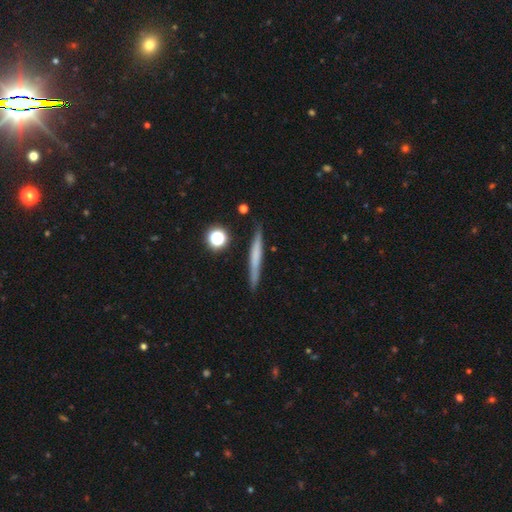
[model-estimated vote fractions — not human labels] This is possibly a smooth galaxy (52%). How rounded: clearly cigar-shaped (95%). Merging: clearly none (87%).